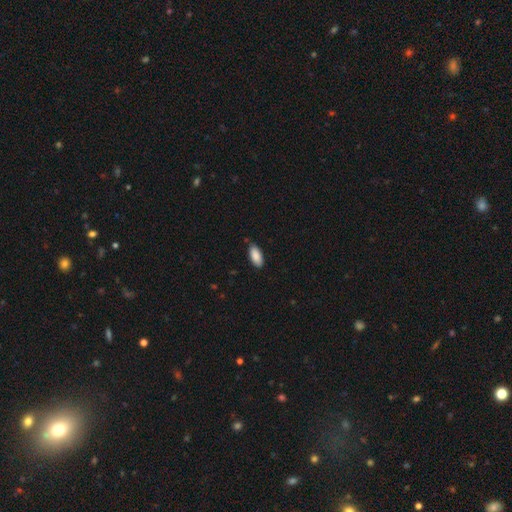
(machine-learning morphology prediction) A smooth galaxy with no disk features (89%) that is in between round and cigar-shaped (90%).

Vote fractions:
- Smooth or featured? smooth: 89% / star or artifact: 6% / featured or disk: 5%
- How rounded? in between: 90% / cigar-shaped: 8% / round: 2%
- Merging? none: 81% / minor disturbance: 15% / major disturbance: 2% / merger: 1%